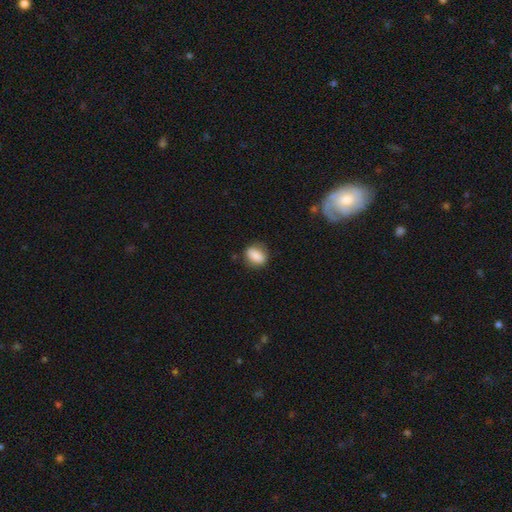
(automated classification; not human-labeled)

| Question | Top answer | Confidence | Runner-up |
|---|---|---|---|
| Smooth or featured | smooth | 81% | featured or disk (11%) |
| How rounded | in between | 65% | round (30%) |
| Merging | none | 78% | minor disturbance (16%) |